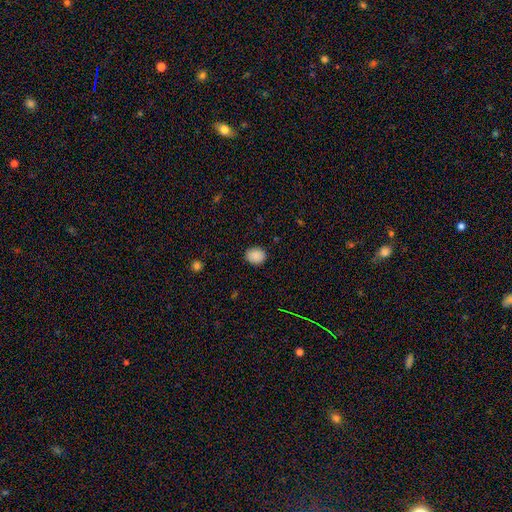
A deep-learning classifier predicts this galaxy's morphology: Q: Smooth or featured?
A: smooth (88%); runner-up: star or artifact (9%)
Q: How rounded?
A: round (55%); runner-up: in between (44%)
Q: Merging?
A: none (87%); runner-up: minor disturbance (9%)